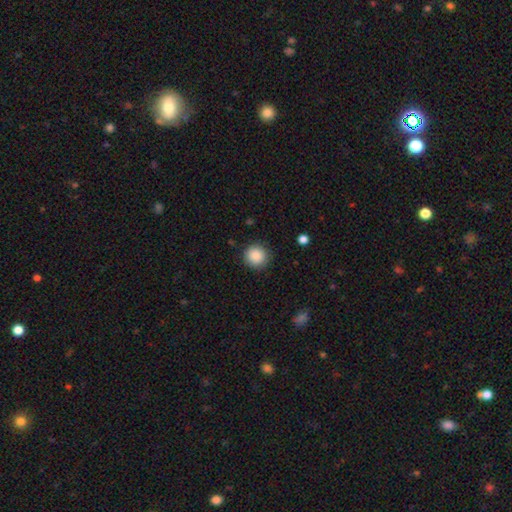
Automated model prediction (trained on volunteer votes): Smooth or featured?
  - smooth: 88% *
  - star or artifact: 9%
  - featured or disk: 3%
How rounded?
  - round: 95% *
  - in between: 4%
  - cigar-shaped: 1%
Merging?
  - none: 90% *
  - minor disturbance: 6%
  - major disturbance: 2%
  - merger: 1%